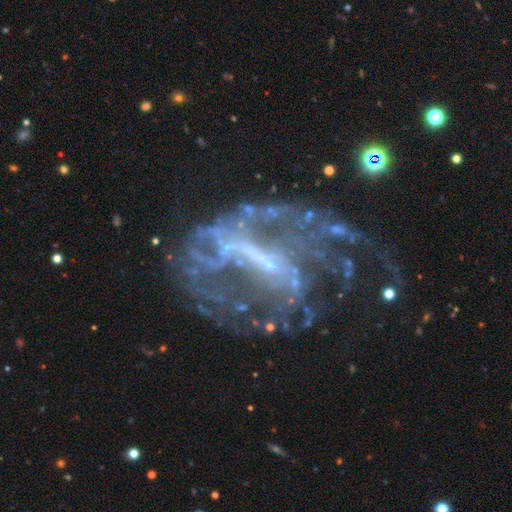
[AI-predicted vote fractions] Morphology: type=featured or disk (82%); edge-on=no (96%); bar=strong (44%); spiral arms=yes (75%); winding=medium (37%); arm count=can't tell (41%); bulge=none (39%, tied with small); merging=major disturbance (41%).